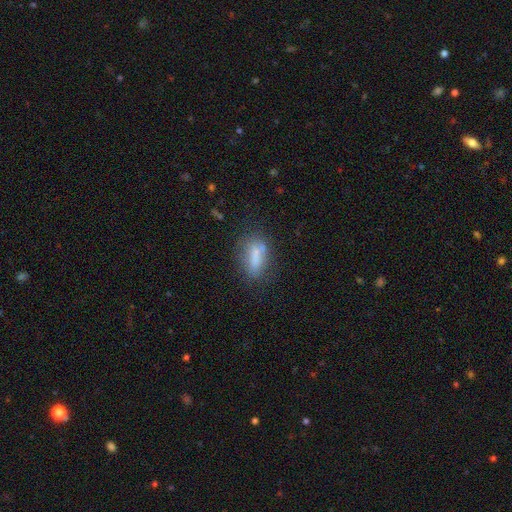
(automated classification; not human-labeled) Smooth or featured: smooth — 66% (featured or disk — 23%)
How rounded: in between — 64% (cigar-shaped — 29%)
Merging: none — 60% (minor disturbance — 20%)